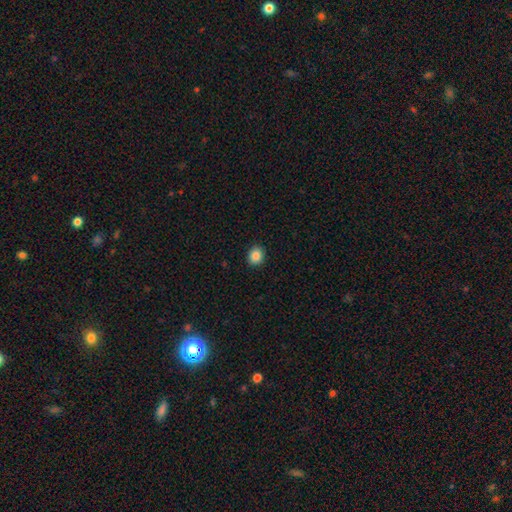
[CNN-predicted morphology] Q: Smooth or featured?
A: smooth (86%); runner-up: star or artifact (10%)
Q: How rounded?
A: round (70%); runner-up: in between (29%)
Q: Merging?
A: none (91%); runner-up: minor disturbance (6%)